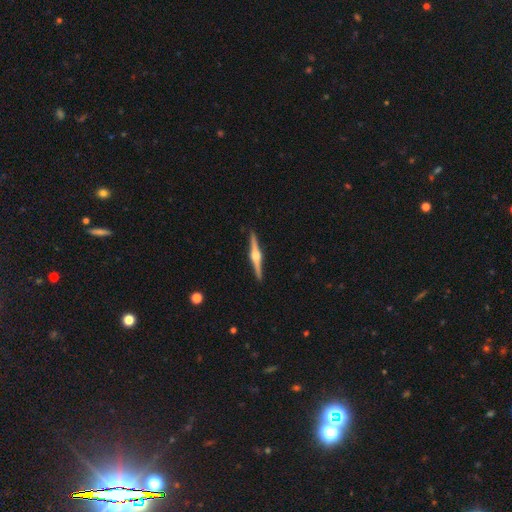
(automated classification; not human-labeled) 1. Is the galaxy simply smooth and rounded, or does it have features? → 85% featured or disk, 10% smooth, 5% star or artifact.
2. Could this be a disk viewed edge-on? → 99% yes, 1% no.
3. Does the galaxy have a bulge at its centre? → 94% rounded, 4% boxy, 2% none.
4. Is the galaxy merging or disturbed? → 92% none, 5% minor disturbance, 1% major disturbance, 1% merger.